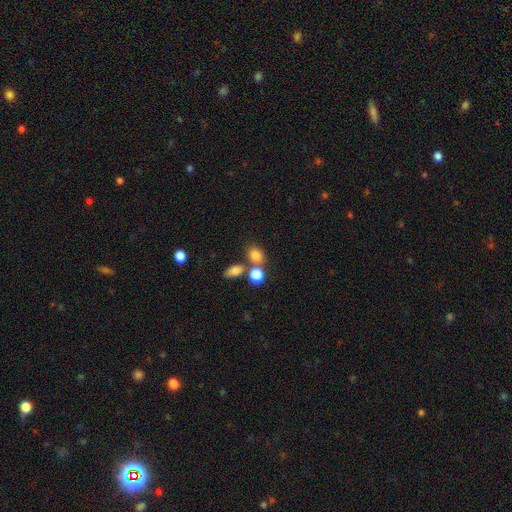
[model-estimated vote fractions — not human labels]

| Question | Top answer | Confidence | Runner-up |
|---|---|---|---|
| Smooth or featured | smooth | 80% | star or artifact (11%) |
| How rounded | round | 52% | in between (47%) |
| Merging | none | 55% | merger (31%) |